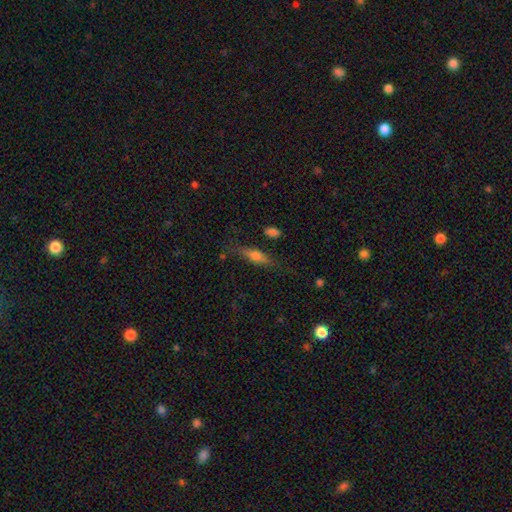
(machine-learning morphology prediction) smooth-or-featured: smooth: 53% | featured or disk: 38% | star or artifact: 9%
  how-rounded: cigar-shaped: 56% | in between: 40% | round: 4%
  merging: none: 73% | minor disturbance: 17% | major disturbance: 6% | merger: 3%